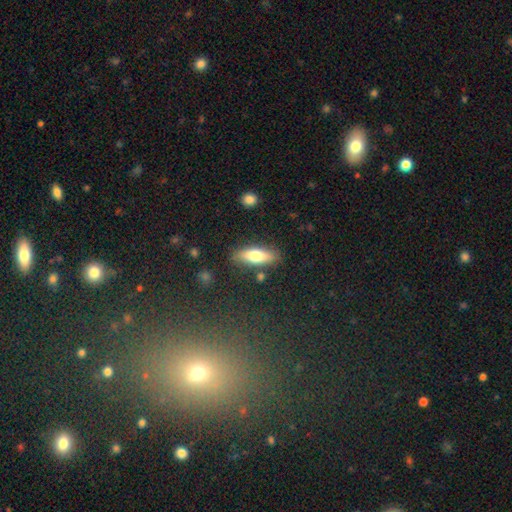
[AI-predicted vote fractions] A smooth galaxy with no disk features (72%) that is in between round and cigar-shaped (61%).

Vote fractions:
- Smooth or featured? smooth: 72% / featured or disk: 22% / star or artifact: 6%
- How rounded? in between: 61% / cigar-shaped: 37% / round: 2%
- Merging? none: 82% / minor disturbance: 12% / merger: 4% / major disturbance: 3%